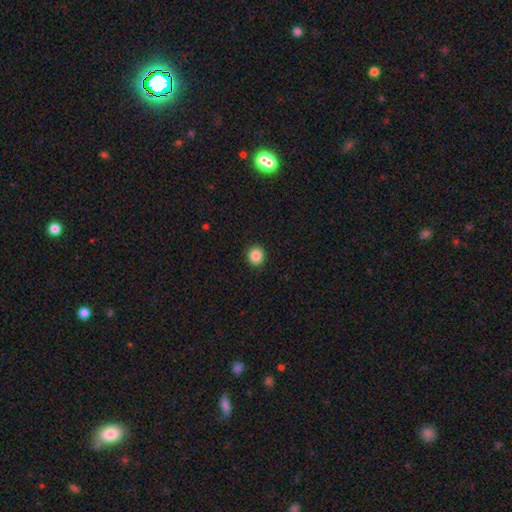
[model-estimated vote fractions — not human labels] Smooth or featured? smooth (87%)
How rounded? round (88%)
Merging? none (92%)